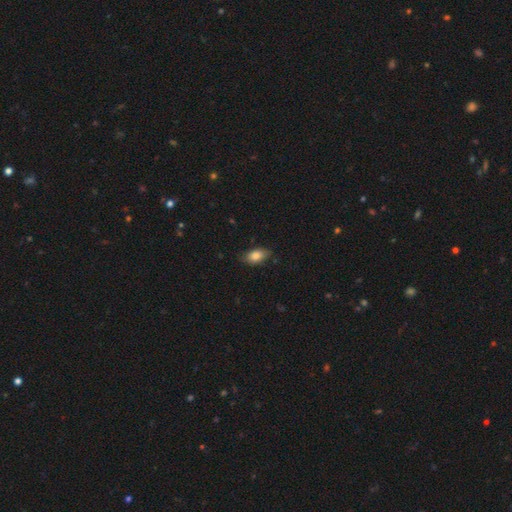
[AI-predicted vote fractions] smooth 82%, featured or disk 10%, star or artifact 7%. Down the decision tree: how rounded — in between (89%); merging — none (75%).